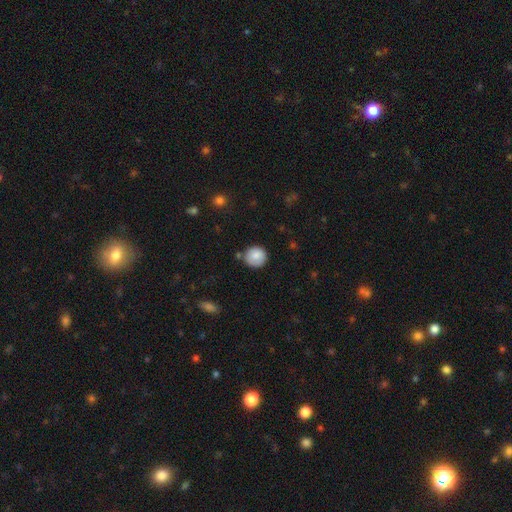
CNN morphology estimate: A smooth galaxy with no disk features (86%) that is round (91%).

Vote fractions:
- Smooth or featured? smooth: 86% / star or artifact: 8% / featured or disk: 6%
- How rounded? round: 91% / in between: 8% / cigar-shaped: 1%
- Merging? none: 80% / minor disturbance: 13% / merger: 4% / major disturbance: 3%